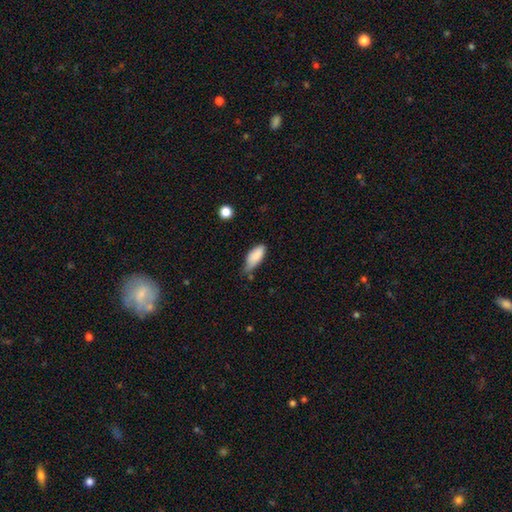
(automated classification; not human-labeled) smooth-or-featured: smooth: 86% | featured or disk: 7% | star or artifact: 7%
  how-rounded: in between: 83% | cigar-shaped: 15% | round: 2%
  merging: minor disturbance: 48% | none: 40% | major disturbance: 8% | merger: 4%